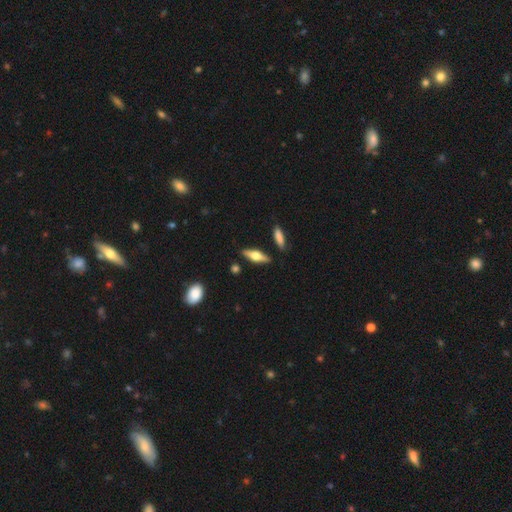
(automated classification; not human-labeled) Overall: featured or disk (56%; smooth 38%). Edge-on disk: yes (94%). Edge-on bulge: rounded (94%). Merging: none (86%).